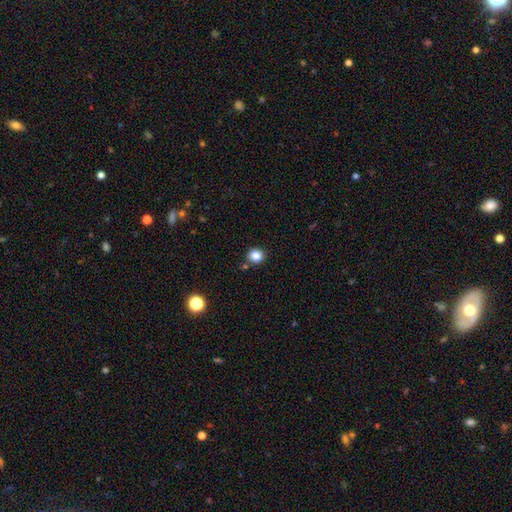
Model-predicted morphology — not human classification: type=smooth (84%); roundness=round (85%); merging=none (85%).